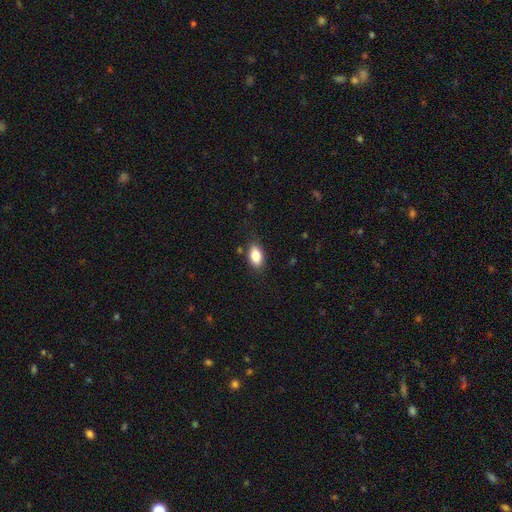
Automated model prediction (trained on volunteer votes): This appears to be a smooth galaxy with no disk features (84%) that is in between round and cigar-shaped (90%). Merging: none (82%).